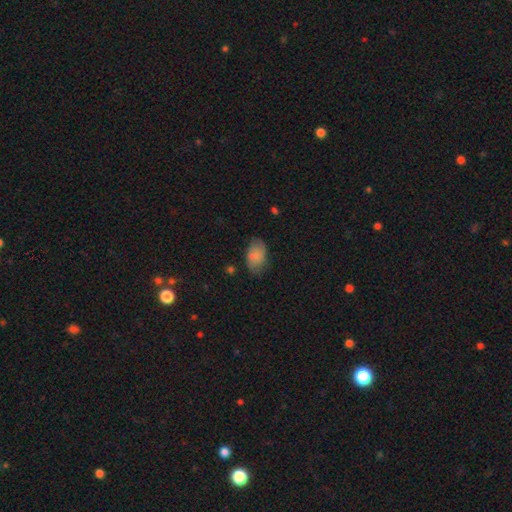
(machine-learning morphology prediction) This appears to be a smooth galaxy with no disk features (83%) that is in between round and cigar-shaped (90%). Merging: none (70%).